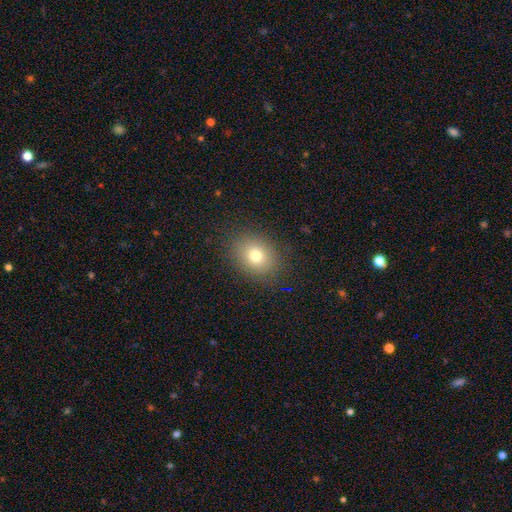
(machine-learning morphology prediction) This is likely a smooth galaxy (76%). How rounded: possibly round (50%). Merging: clearly none (86%).